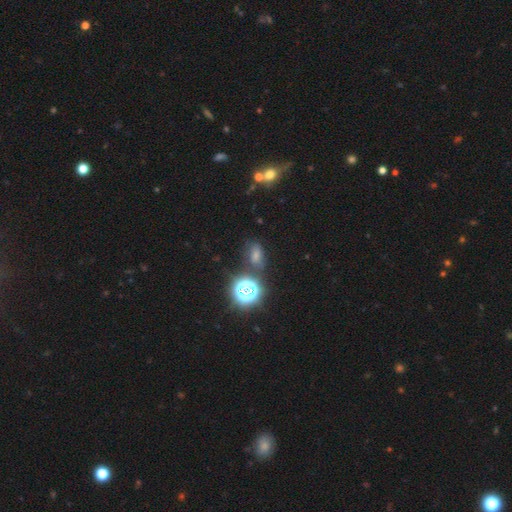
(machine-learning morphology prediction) Smooth or featured? Predicted: star or artifact (p=0.44, tied with smooth).